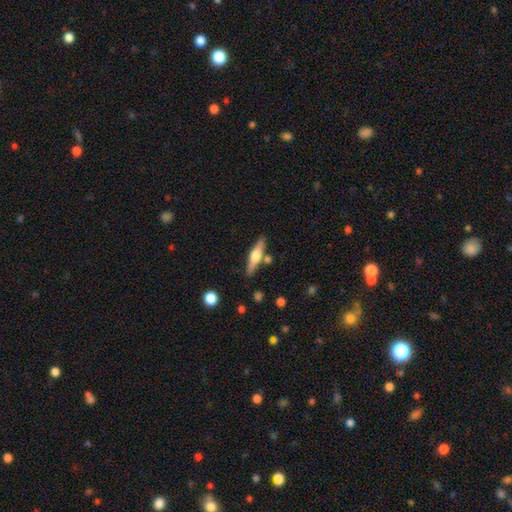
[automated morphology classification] A featured or disk galaxy (58%) viewed edge-on (95%) with a rounded central bulge (93%). Merging: none (81%).